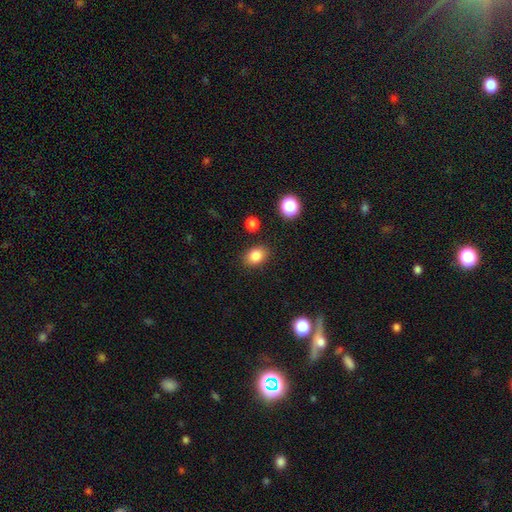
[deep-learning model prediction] A smooth galaxy with no disk features (85%) that is in between round and cigar-shaped (70%). Merging: none (85%).